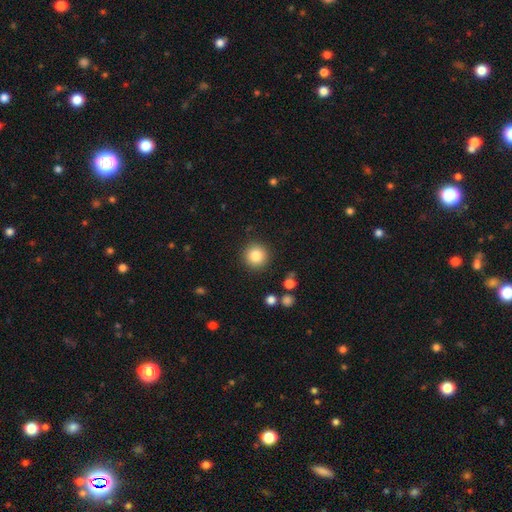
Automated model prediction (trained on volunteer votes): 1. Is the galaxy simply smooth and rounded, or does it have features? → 83% smooth, 10% star or artifact, 7% featured or disk.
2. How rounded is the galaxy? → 95% round, 4% in between, 1% cigar-shaped.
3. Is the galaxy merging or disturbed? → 90% none, 6% minor disturbance, 2% major disturbance, 1% merger.